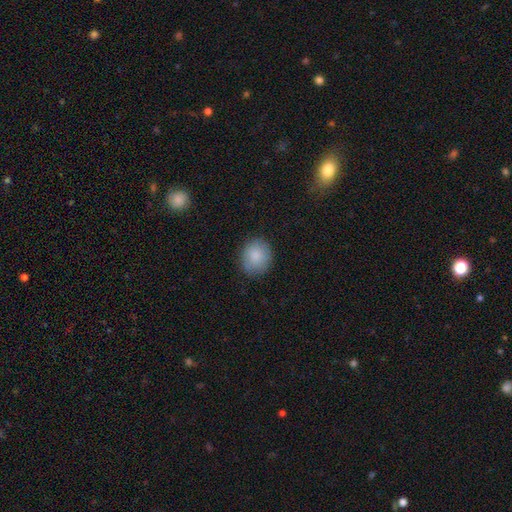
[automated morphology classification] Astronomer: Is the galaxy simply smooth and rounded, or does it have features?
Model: smooth — 87%.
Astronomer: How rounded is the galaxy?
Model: round — 66%.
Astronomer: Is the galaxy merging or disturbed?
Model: none — 83%.